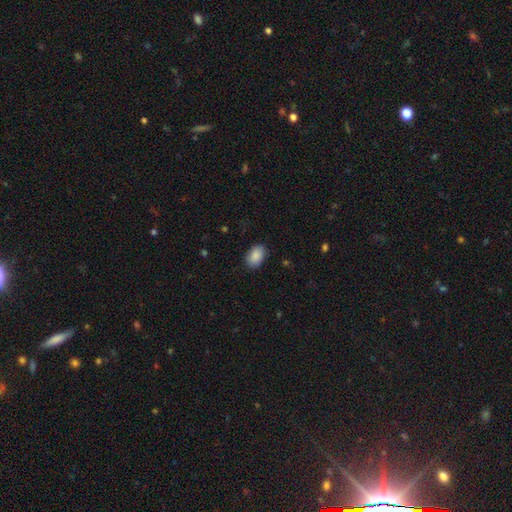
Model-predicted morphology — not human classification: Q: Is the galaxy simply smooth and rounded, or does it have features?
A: smooth — 89%.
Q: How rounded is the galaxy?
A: in between — 88%.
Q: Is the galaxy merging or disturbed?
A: none — 86%.